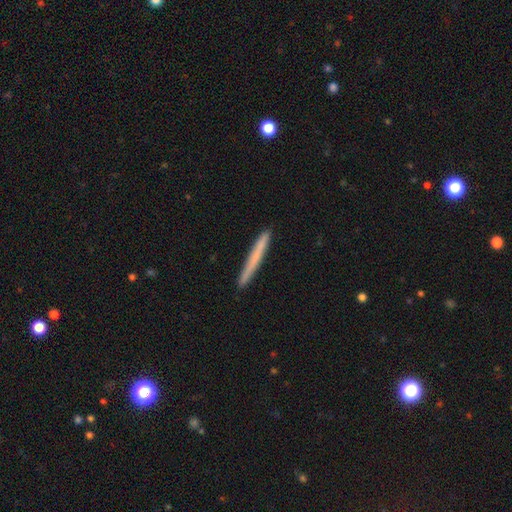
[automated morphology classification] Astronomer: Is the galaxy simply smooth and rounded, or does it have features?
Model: smooth — 65%.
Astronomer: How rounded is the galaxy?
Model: cigar-shaped — 97%.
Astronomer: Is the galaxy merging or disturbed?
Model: none — 92%.